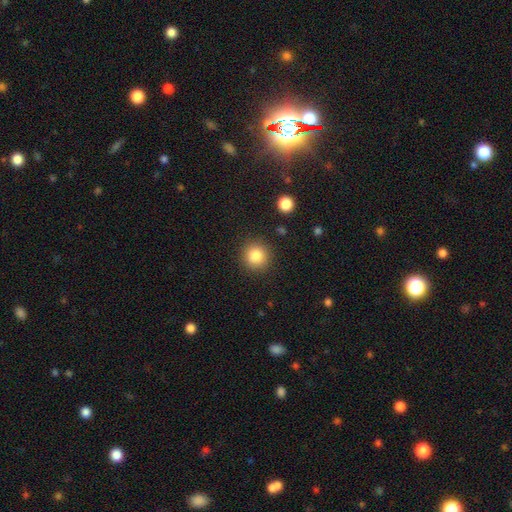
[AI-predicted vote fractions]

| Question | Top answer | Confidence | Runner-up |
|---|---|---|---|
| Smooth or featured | smooth | 84% | star or artifact (10%) |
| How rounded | round | 93% | in between (6%) |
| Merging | none | 89% | minor disturbance (7%) |